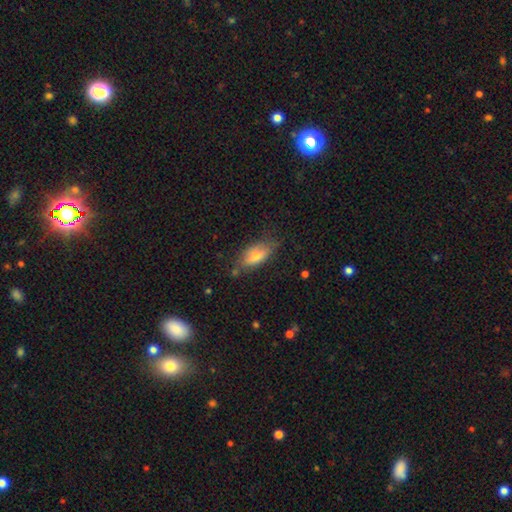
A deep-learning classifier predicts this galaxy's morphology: This appears to be a smooth galaxy with no disk features (65%) that is in between round and cigar-shaped (81%). Merging: none (68%).